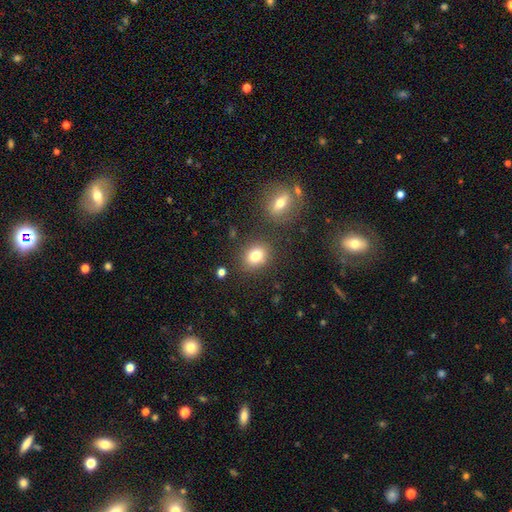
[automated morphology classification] smooth_or_featured: smooth (p=0.79) [alt: star or artifact p=0.11]
how_rounded: round (p=0.53) [alt: in between p=0.46]
merging: none (p=0.81) [alt: minor disturbance p=0.10]